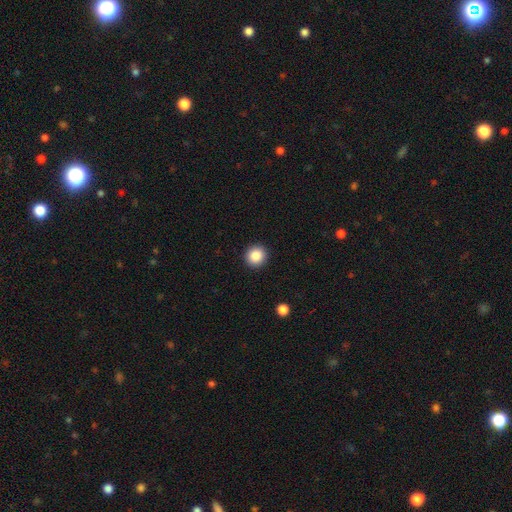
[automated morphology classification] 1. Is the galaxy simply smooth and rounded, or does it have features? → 87% smooth, 9% star or artifact, 4% featured or disk.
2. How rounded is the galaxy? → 92% round, 7% in between, 1% cigar-shaped.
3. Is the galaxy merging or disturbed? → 93% none, 5% minor disturbance, 2% major disturbance, 1% merger.